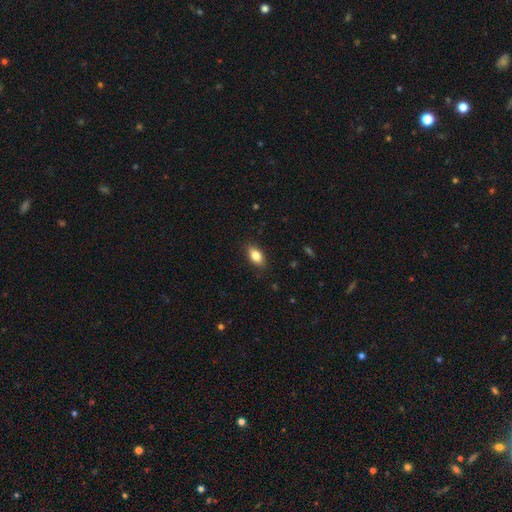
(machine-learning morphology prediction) type=smooth (84%); roundness=in between (89%); merging=none (86%).